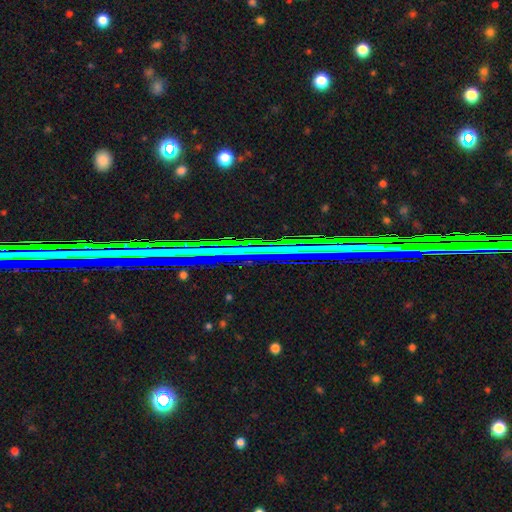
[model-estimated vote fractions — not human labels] Smooth or featured: star or artifact — 72% (featured or disk — 15%)